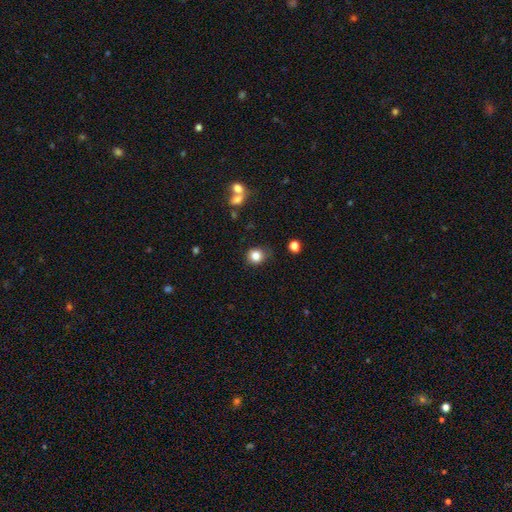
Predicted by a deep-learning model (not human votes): smooth 82%, star or artifact 12%, featured or disk 6%. Down the decision tree: how rounded — round (81%); merging — none (77%).